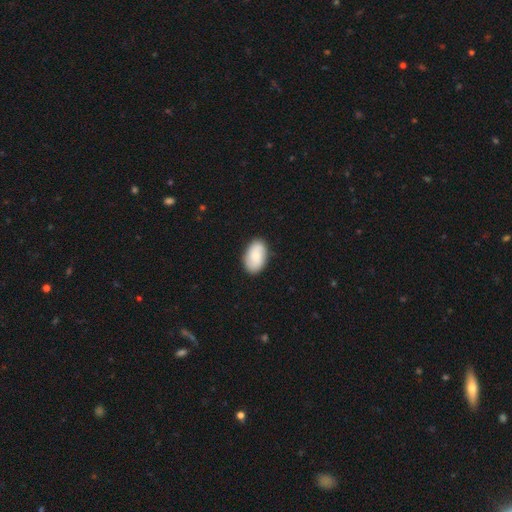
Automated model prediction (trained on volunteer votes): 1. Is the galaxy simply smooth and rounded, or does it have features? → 71% smooth, 23% featured or disk, 6% star or artifact.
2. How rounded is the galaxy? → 92% in between, 7% round, 1% cigar-shaped.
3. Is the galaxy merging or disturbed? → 85% none, 11% minor disturbance, 2% major disturbance, 1% merger.